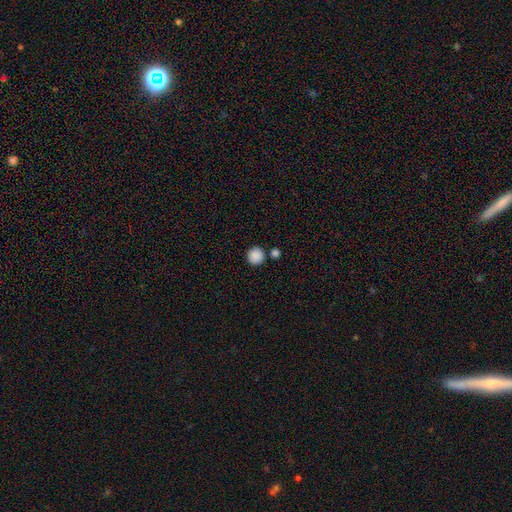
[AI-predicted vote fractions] A smooth galaxy with no disk features (88%) that is round (95%).

Vote fractions:
- Smooth or featured? smooth: 88% / star or artifact: 9% / featured or disk: 3%
- How rounded? round: 95% / in between: 4% / cigar-shaped: 1%
- Merging? none: 81% / merger: 9% / minor disturbance: 7% / major disturbance: 2%